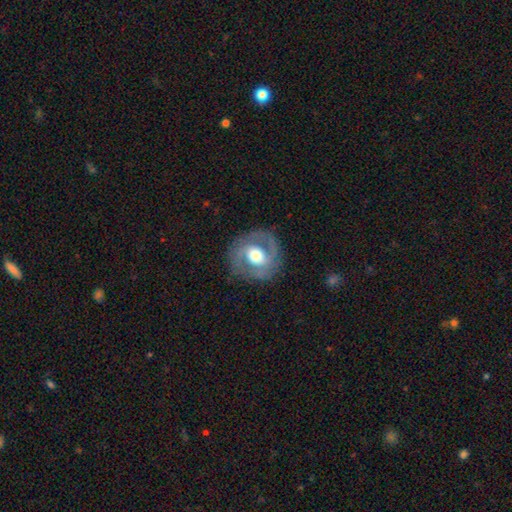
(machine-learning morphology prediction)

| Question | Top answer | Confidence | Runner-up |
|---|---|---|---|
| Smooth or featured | featured or disk | 74% | smooth (20%) |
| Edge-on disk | no | 97% | yes (3%) |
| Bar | no | 53% | weak (34%) |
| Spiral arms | yes | 82% | no (18%) |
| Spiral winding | medium | 44% | tight (38%) |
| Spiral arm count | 2 | 76% | can't tell (11%) |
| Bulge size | moderate | 62% | large (30%) |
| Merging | none | 80% | minor disturbance (12%) |